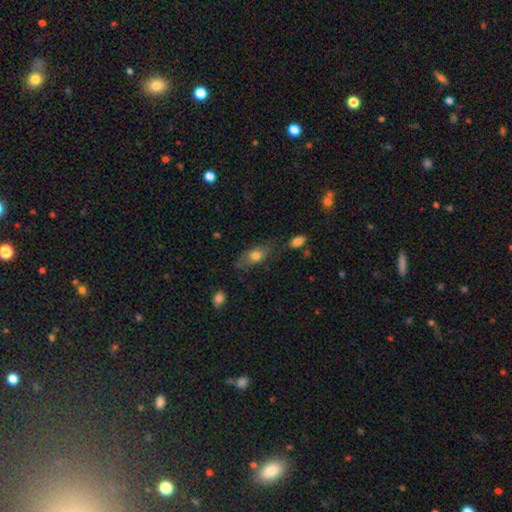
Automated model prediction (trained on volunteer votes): A smooth galaxy with no disk features (73%) that is in between round and cigar-shaped (81%).

Vote fractions:
- Smooth or featured? smooth: 73% / featured or disk: 19% / star or artifact: 8%
- How rounded? in between: 81% / cigar-shaped: 11% / round: 8%
- Merging? none: 58% / minor disturbance: 27% / major disturbance: 9% / merger: 6%